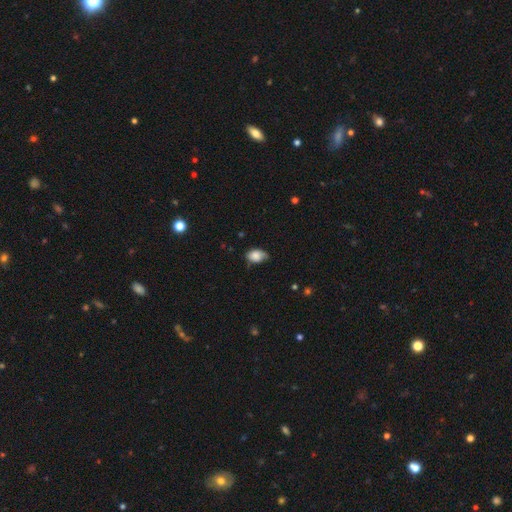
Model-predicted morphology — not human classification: Smooth or featured?
  - smooth: 81% *
  - featured or disk: 11%
  - star or artifact: 8%
How rounded?
  - in between: 84% *
  - round: 14%
  - cigar-shaped: 1%
Merging?
  - none: 54% *
  - minor disturbance: 37%
  - major disturbance: 7%
  - merger: 2%